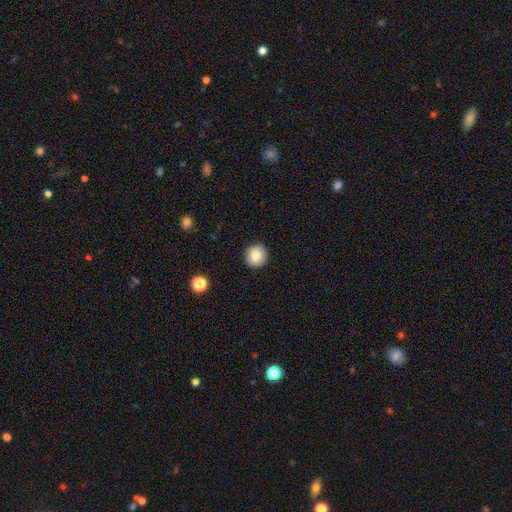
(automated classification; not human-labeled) Smooth or featured? smooth (83%)
How rounded? round (94%)
Merging? none (92%)